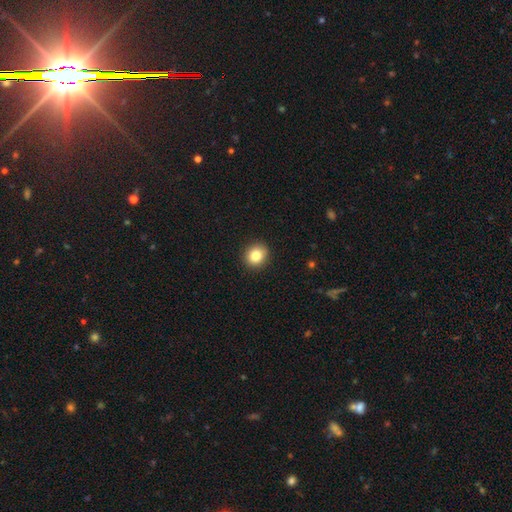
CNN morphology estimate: Smooth or featured? smooth (84%)
How rounded? round (81%)
Merging? none (92%)